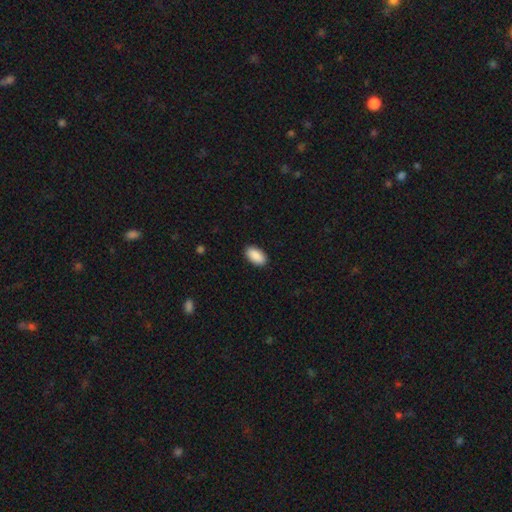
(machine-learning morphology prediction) smooth-or-featured: smooth: 91% | star or artifact: 6% | featured or disk: 3%
  how-rounded: in between: 95% | round: 3% | cigar-shaped: 2%
  merging: none: 90% | minor disturbance: 7% | major disturbance: 2% | merger: 1%